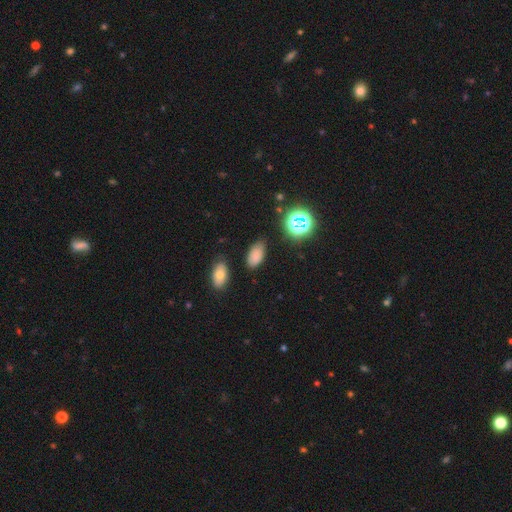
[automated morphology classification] smooth_or_featured: smooth (p=0.76) [alt: star or artifact p=0.16]
how_rounded: in between (p=0.93) [alt: round p=0.05]
merging: none (p=0.80) [alt: minor disturbance p=0.14]